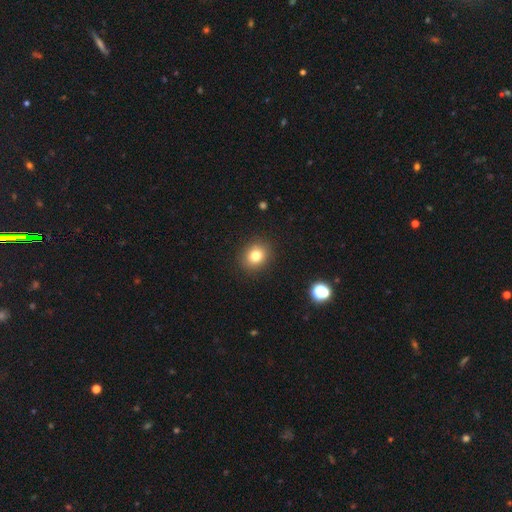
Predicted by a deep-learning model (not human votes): Smooth or featured? smooth (80%)
How rounded? round (66%)
Merging? none (90%)